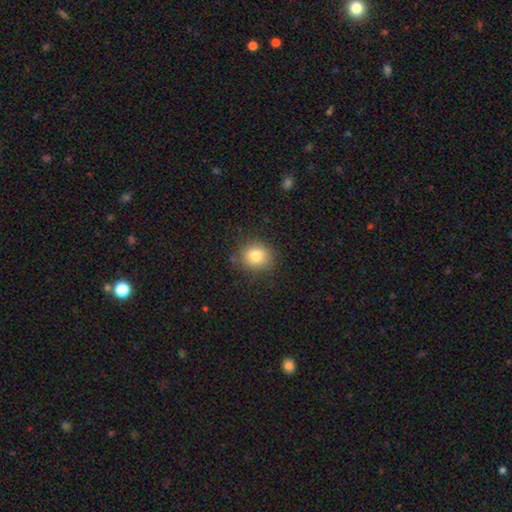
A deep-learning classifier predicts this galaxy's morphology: Smooth or featured? smooth (80%)
How rounded? round (82%)
Merging? none (85%)